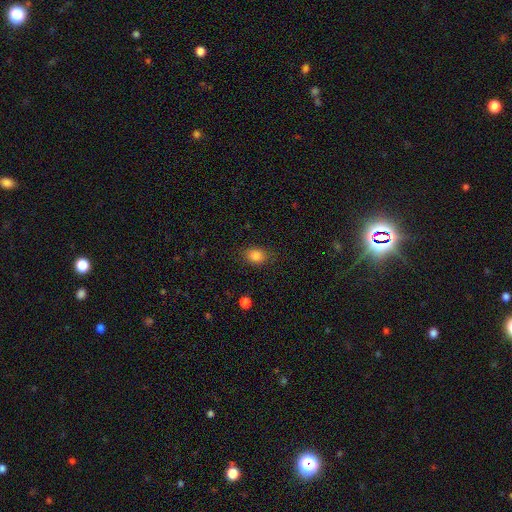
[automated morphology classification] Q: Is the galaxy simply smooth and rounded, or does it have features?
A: smooth — 84%.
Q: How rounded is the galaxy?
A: in between — 59%.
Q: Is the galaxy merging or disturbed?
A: none — 83%.